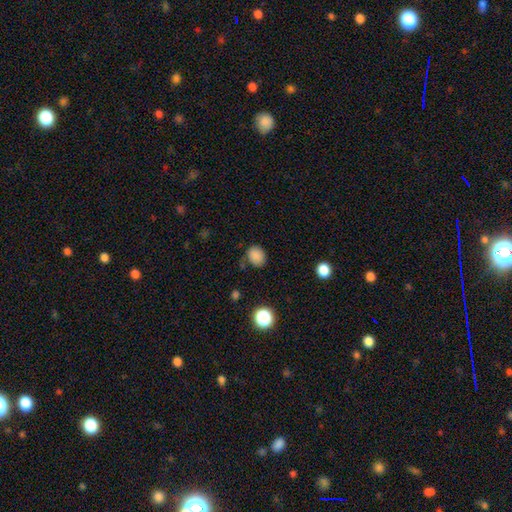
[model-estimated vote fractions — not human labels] Morphology: type=smooth (85%); roundness=round (61%); merging=none (73%).